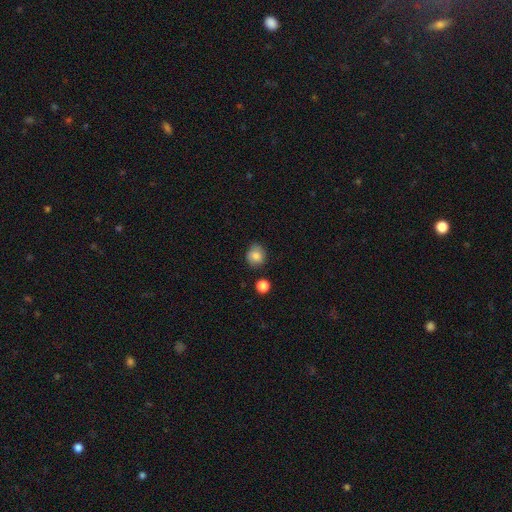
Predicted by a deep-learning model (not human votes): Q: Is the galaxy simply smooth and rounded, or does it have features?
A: smooth — 84%.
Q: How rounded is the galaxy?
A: round — 81%.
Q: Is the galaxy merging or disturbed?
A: none — 79%.